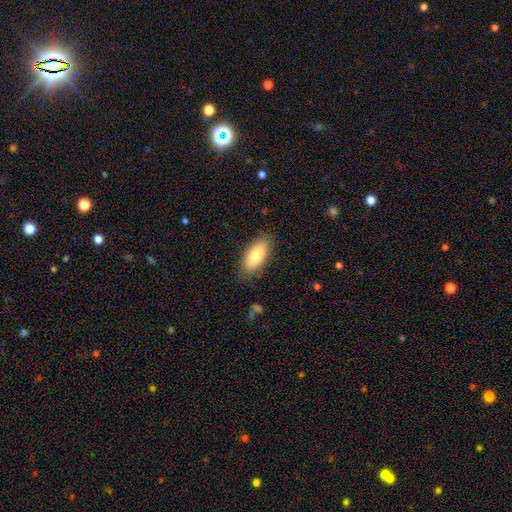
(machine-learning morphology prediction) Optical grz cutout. It shows a smooth galaxy with no disk features (78%) that is in between round and cigar-shaped (91%). Merging: none (82%).